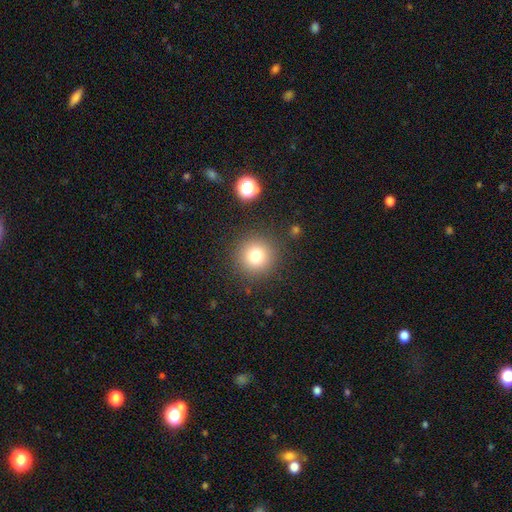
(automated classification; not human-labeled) The model was most divided on "smooth or featured": smooth: 77%, star or artifact: 14%, featured or disk: 9%. More confident: how rounded — round (95%); merging — none (89%).